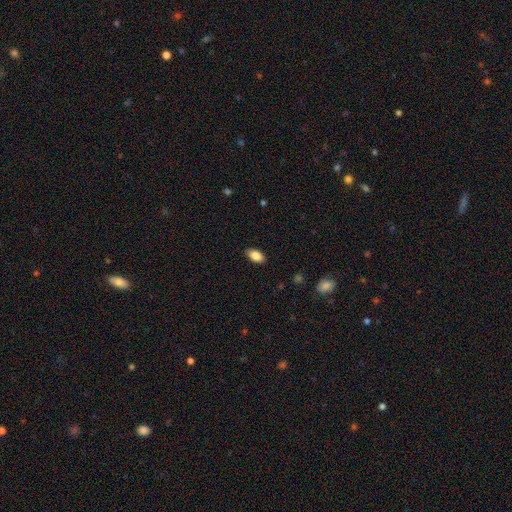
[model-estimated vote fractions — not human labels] Smooth or featured?
  - smooth: 87% *
  - star or artifact: 7%
  - featured or disk: 6%
How rounded?
  - in between: 92% *
  - round: 5%
  - cigar-shaped: 3%
Merging?
  - none: 87% *
  - minor disturbance: 10%
  - major disturbance: 2%
  - merger: 1%